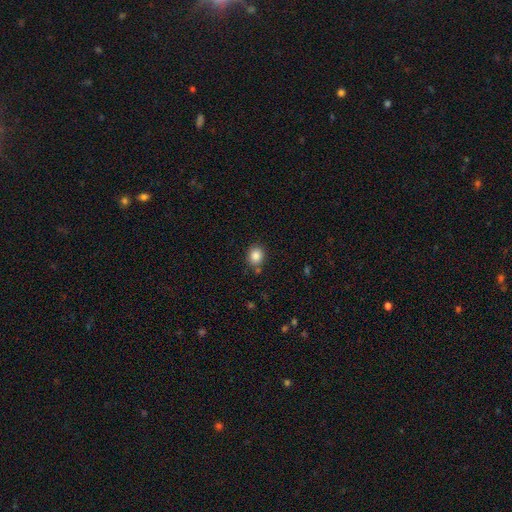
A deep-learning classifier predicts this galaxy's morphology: type=smooth (85%); roundness=round (71%); merging=none (81%).